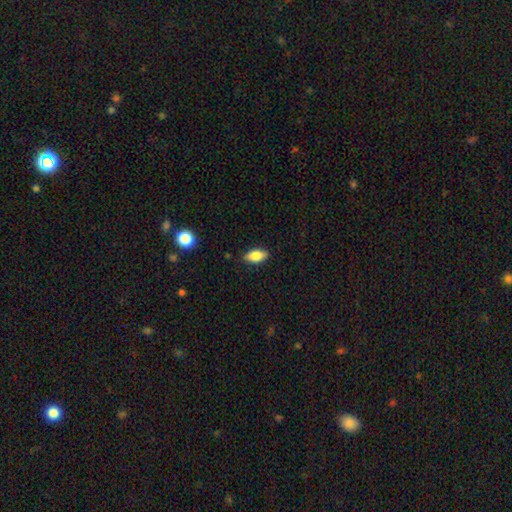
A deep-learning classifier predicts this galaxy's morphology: Smooth or featured? Predicted: smooth (p=0.81). How rounded? Predicted: in between (p=0.89). Merging? Predicted: none (p=0.86).